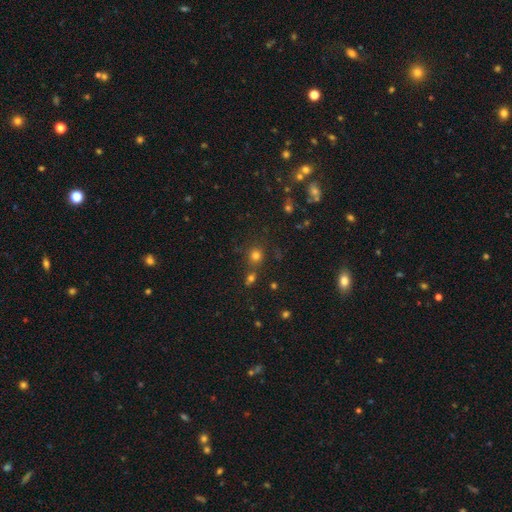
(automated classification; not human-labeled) Smooth or featured?
  - smooth: 73% *
  - star or artifact: 21%
  - featured or disk: 7%
How rounded?
  - round: 89% *
  - in between: 10%
  - cigar-shaped: 1%
Merging?
  - none: 72% *
  - merger: 15%
  - minor disturbance: 9%
  - major disturbance: 4%